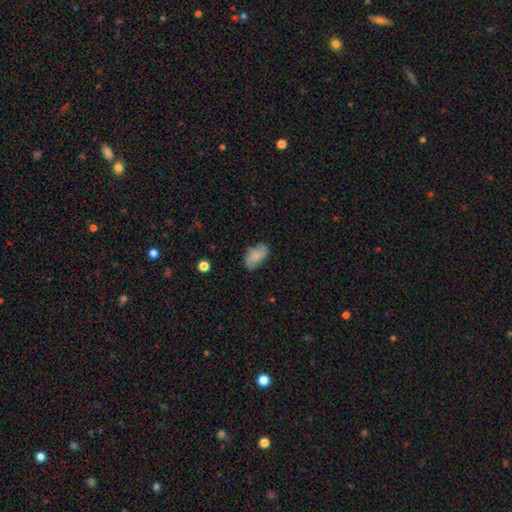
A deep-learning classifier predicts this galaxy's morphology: A smooth galaxy with no disk features (72%) that is in between round and cigar-shaped (93%).

Vote fractions:
- Smooth or featured? smooth: 72% / featured or disk: 21% / star or artifact: 8%
- How rounded? in between: 93% / round: 5% / cigar-shaped: 2%
- Merging? none: 69% / minor disturbance: 23% / major disturbance: 5% / merger: 2%